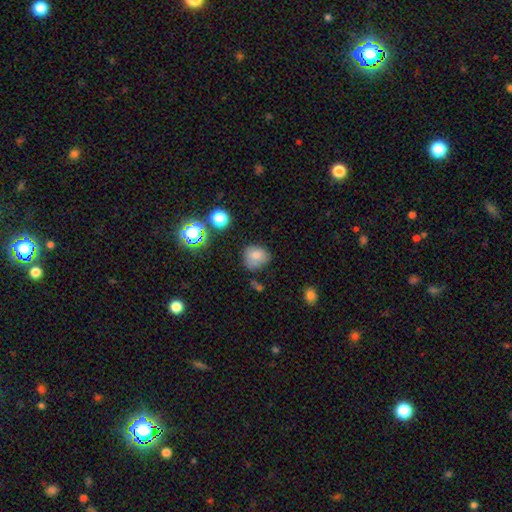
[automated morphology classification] smooth-or-featured: smooth: 75% | star or artifact: 13% | featured or disk: 12%
  how-rounded: round: 67% | in between: 32% | cigar-shaped: 1%
  merging: none: 59% | minor disturbance: 27% | major disturbance: 8% | merger: 6%